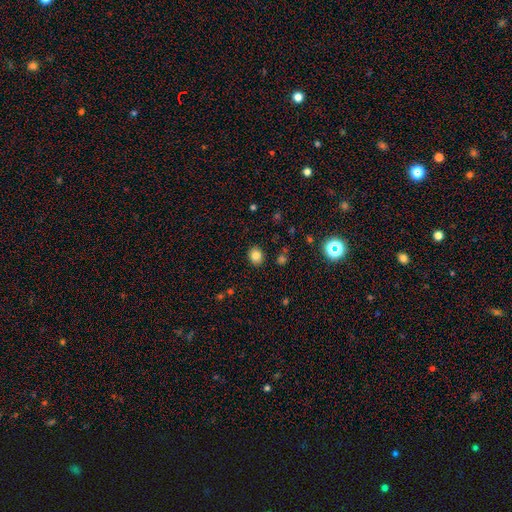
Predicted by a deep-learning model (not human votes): Q: Smooth or featured?
A: smooth (82%); runner-up: star or artifact (12%)
Q: How rounded?
A: round (68%); runner-up: in between (31%)
Q: Merging?
A: none (89%); runner-up: minor disturbance (8%)